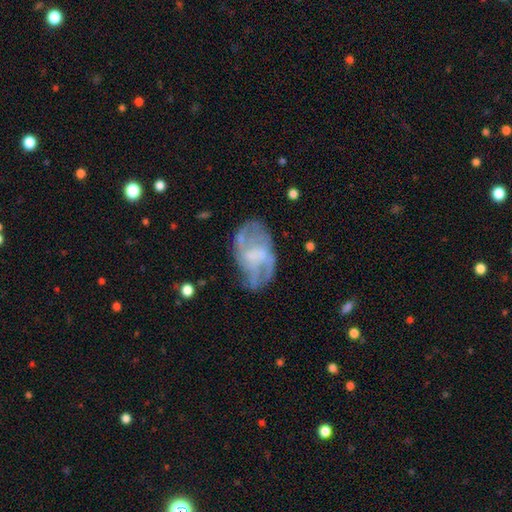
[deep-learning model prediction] Q: Smooth or featured?
A: featured or disk (71%); runner-up: smooth (21%)
Q: Edge-on disk?
A: no (97%); runner-up: yes (3%)
Q: Bar?
A: no (48%); runner-up: weak (41%)
Q: Spiral arms?
A: yes (71%); runner-up: no (29%)
Q: Bulge size?
A: none (44%); runner-up: small (29%)
Q: Merging?
A: none (56%); runner-up: minor disturbance (23%)